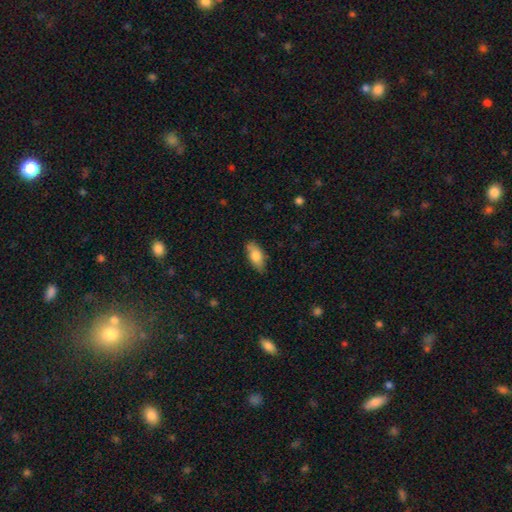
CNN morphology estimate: Overall: smooth (79%). How rounded: in between (85%). Merging: none (81%).